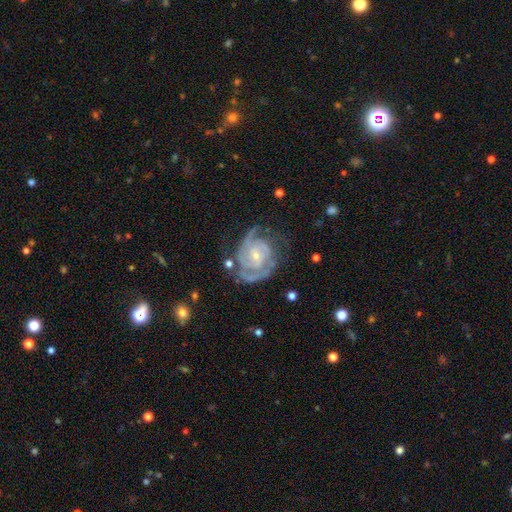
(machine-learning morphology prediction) Q: Smooth or featured?
A: featured or disk (89%); runner-up: smooth (5%)
Q: Edge-on disk?
A: no (98%); runner-up: yes (2%)
Q: Bar?
A: no (65%); runner-up: weak (27%)
Q: Spiral arms?
A: yes (97%); runner-up: no (3%)
Q: Spiral winding?
A: tight (67%); runner-up: medium (28%)
Q: Spiral arm count?
A: 2 (48%); runner-up: 3 (24%)
Q: Bulge size?
A: small (74%); runner-up: moderate (22%)
Q: Merging?
A: none (65%); runner-up: minor disturbance (21%)